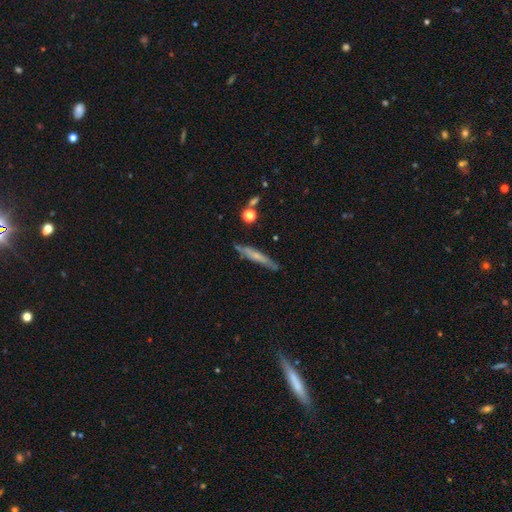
smooth-or-featured: featured or disk: 71% | smooth: 29% | star or artifact: 0%
  disk-edge-on: yes: 85% | no: 15%
    edge-on-bulge: none: 52% | rounded: 39% | boxy: 9%
  merging: none: 87% | minor disturbance: 5% | merger: 5% | major disturbance: 3%